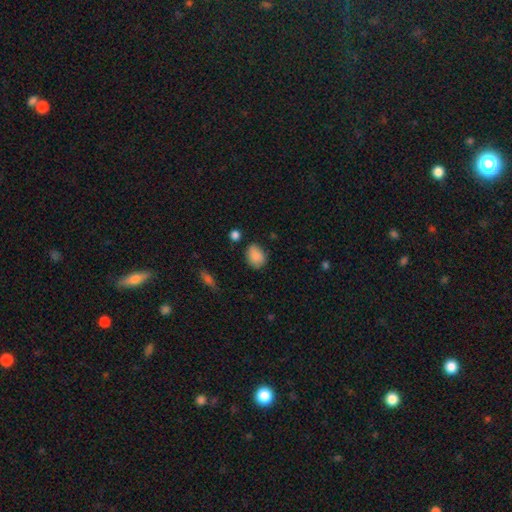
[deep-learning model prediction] Overall: smooth (86%). How rounded: in between (64%; round 35%). Merging: none (71%).